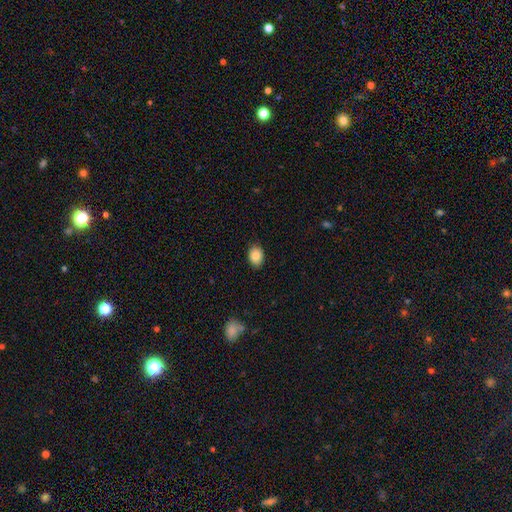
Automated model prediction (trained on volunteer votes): smooth 85%, star or artifact 8%, featured or disk 7%. Down the decision tree: how rounded — in between (78%); merging — none (86%).